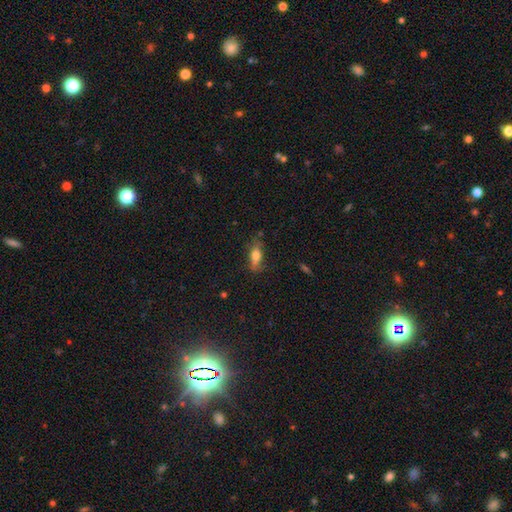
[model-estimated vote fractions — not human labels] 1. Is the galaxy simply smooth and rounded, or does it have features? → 66% smooth, 25% featured or disk, 9% star or artifact.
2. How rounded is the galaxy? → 69% in between, 26% cigar-shaped, 5% round.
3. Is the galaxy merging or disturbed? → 64% none, 24% minor disturbance, 8% major disturbance, 4% merger.